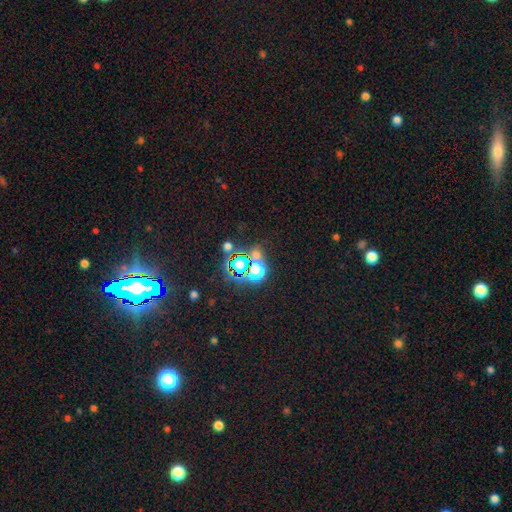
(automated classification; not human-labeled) smooth_or_featured: star or artifact (p=0.60) [alt: smooth p=0.30]